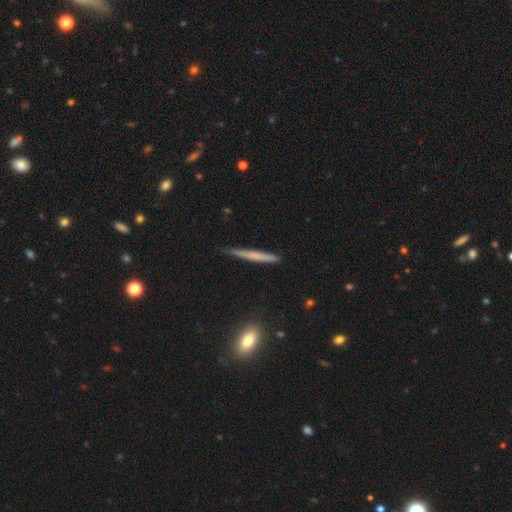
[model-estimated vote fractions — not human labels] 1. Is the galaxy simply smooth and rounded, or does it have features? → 54% smooth, 40% featured or disk, 6% star or artifact.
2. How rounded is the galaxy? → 95% cigar-shaped, 3% in between, 2% round.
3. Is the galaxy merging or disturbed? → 83% none, 14% minor disturbance, 2% major disturbance, 2% merger.